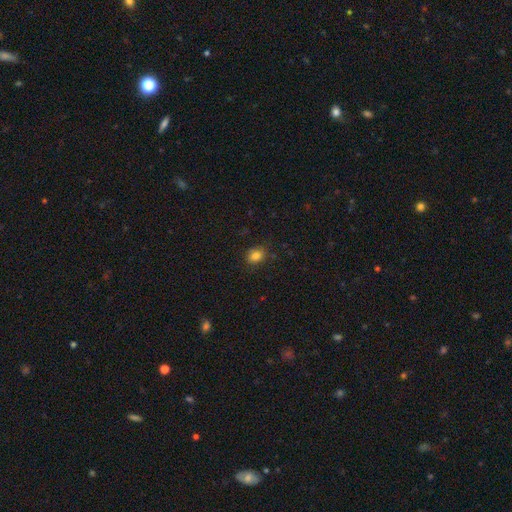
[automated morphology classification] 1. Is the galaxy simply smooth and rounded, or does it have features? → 83% smooth, 11% star or artifact, 5% featured or disk.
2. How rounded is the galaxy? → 55% in between, 44% round, 1% cigar-shaped.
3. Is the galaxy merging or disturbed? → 81% none, 14% minor disturbance, 3% major disturbance, 1% merger.